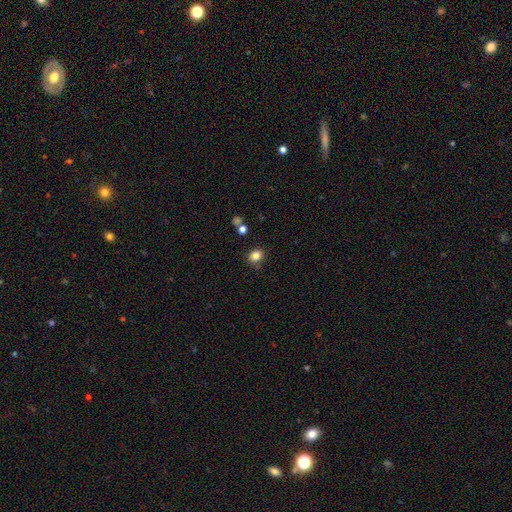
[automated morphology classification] Smooth or featured? Predicted: smooth (p=0.82). How rounded? Predicted: round (p=0.64). Merging? Predicted: none (p=0.80).